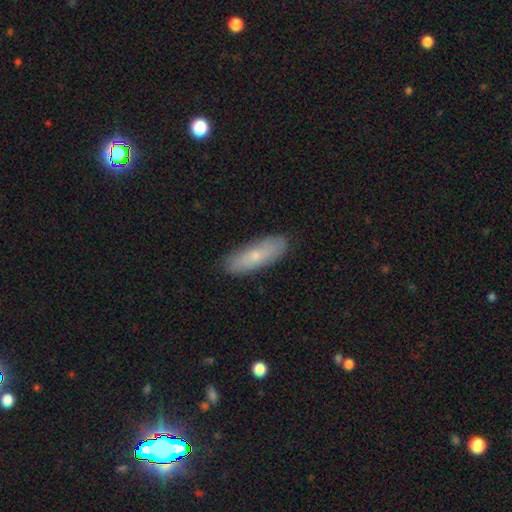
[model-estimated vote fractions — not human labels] Overall: smooth (66%; featured or disk 27%). How rounded: in between (54%; cigar-shaped 43%). Merging: none (86%).